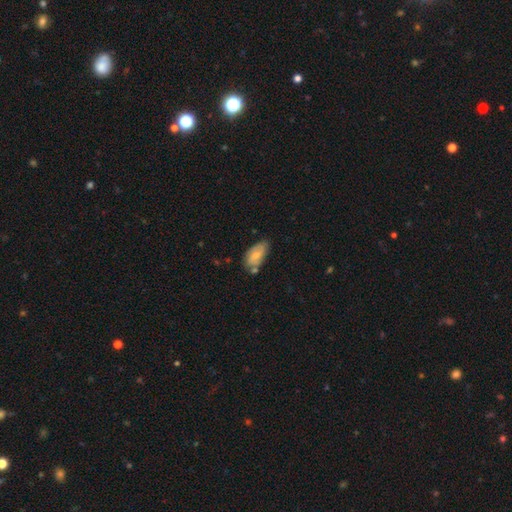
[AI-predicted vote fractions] A smooth galaxy with no disk features (61%) that is in between round and cigar-shaped (92%).

Vote fractions:
- Smooth or featured? smooth: 61% / featured or disk: 32% / star or artifact: 7%
- How rounded? in between: 92% / cigar-shaped: 5% / round: 3%
- Merging? none: 57% / minor disturbance: 27% / merger: 10% / major disturbance: 6%